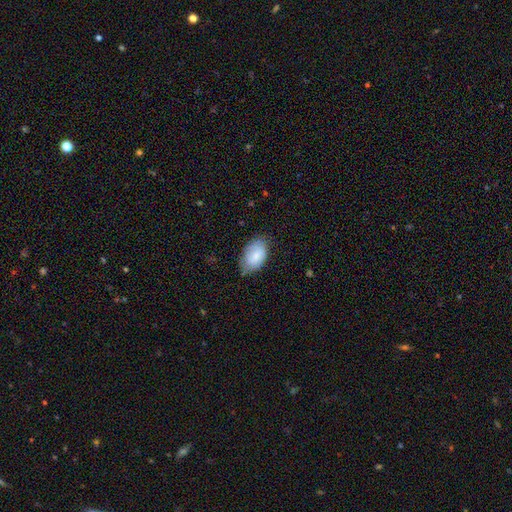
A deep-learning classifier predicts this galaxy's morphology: A smooth galaxy with no disk features (80%) that is in between round and cigar-shaped (92%).

Vote fractions:
- Smooth or featured? smooth: 80% / featured or disk: 14% / star or artifact: 6%
- How rounded? in between: 92% / round: 7% / cigar-shaped: 1%
- Merging? none: 67% / minor disturbance: 27% / major disturbance: 5% / merger: 1%